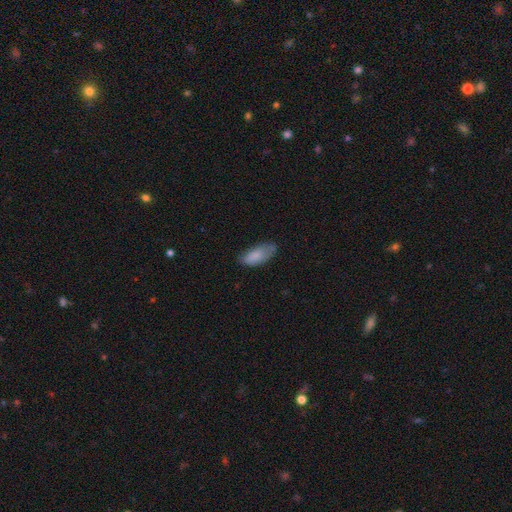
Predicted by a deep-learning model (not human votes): Q: Smooth or featured?
A: smooth (82%); runner-up: featured or disk (11%)
Q: How rounded?
A: in between (85%); runner-up: cigar-shaped (13%)
Q: Merging?
A: none (56%); runner-up: minor disturbance (34%)